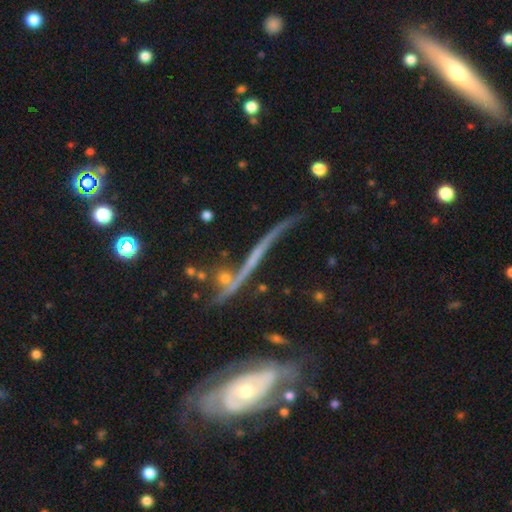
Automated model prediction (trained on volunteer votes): Overall: featured or disk (60%; smooth 21%). Edge-on disk: yes (73%). Merging: none (56%; minor disturbance 19%).